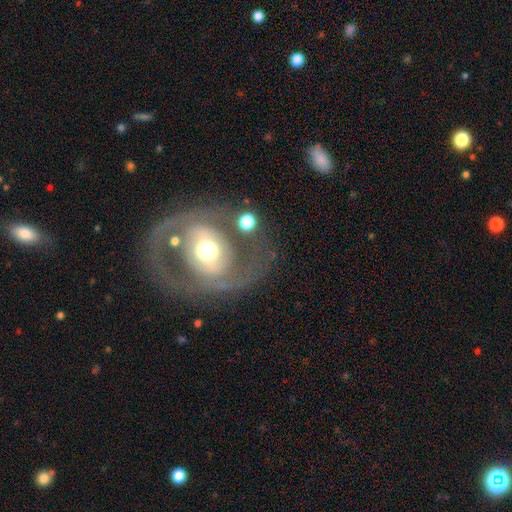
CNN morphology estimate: Overall: featured or disk (83%). Edge-on disk: no (96%). Bar: no (39%; weak 36%). Spiral arms: yes (83%). Spiral arm count: 2 (83%). Spiral winding: medium (49%; tight 33%). Bulge size: moderate (63%). Merging: none (72%).